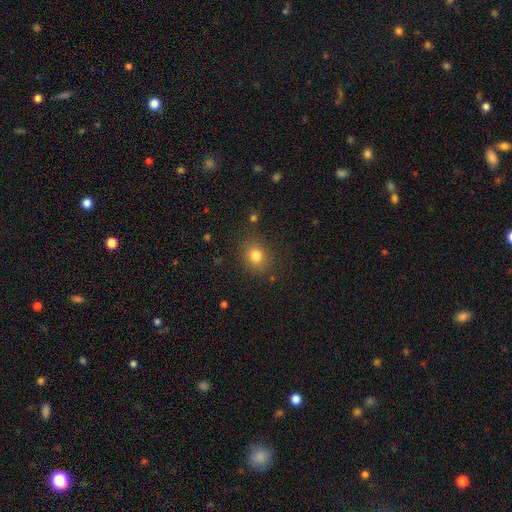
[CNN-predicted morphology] Smooth or featured?
  - smooth: 80% *
  - star or artifact: 13%
  - featured or disk: 7%
How rounded?
  - round: 68% *
  - in between: 31%
  - cigar-shaped: 1%
Merging?
  - none: 84% *
  - minor disturbance: 10%
  - major disturbance: 4%
  - merger: 2%